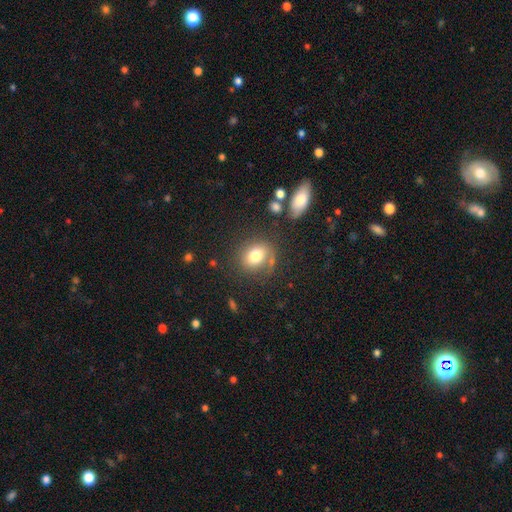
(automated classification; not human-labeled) Overall: smooth (75%). How rounded: round (59%; in between 40%). Merging: none (68%).